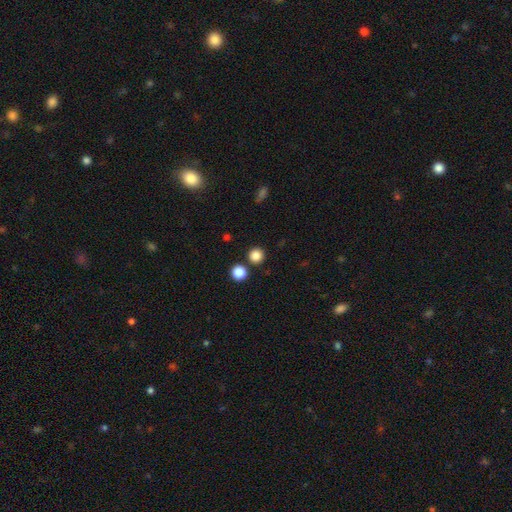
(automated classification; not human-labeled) A smooth galaxy with no disk features (84%) that is round (94%).

Vote fractions:
- Smooth or featured? smooth: 84% / star or artifact: 13% / featured or disk: 3%
- How rounded? round: 94% / in between: 5% / cigar-shaped: 1%
- Merging? none: 86% / merger: 6% / minor disturbance: 5% / major disturbance: 2%